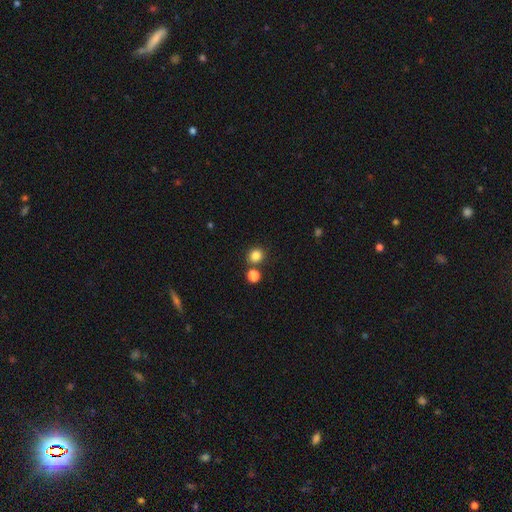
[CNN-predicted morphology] Smooth or featured: smooth — 83% (star or artifact — 12%)
How rounded: round — 83% (in between — 16%)
Merging: none — 76% (merger — 13%)